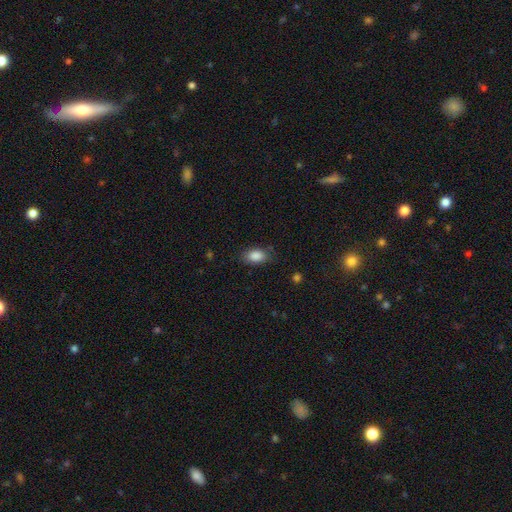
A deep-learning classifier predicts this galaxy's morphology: Overall: smooth (87%). How rounded: in between (90%). Merging: none (79%).